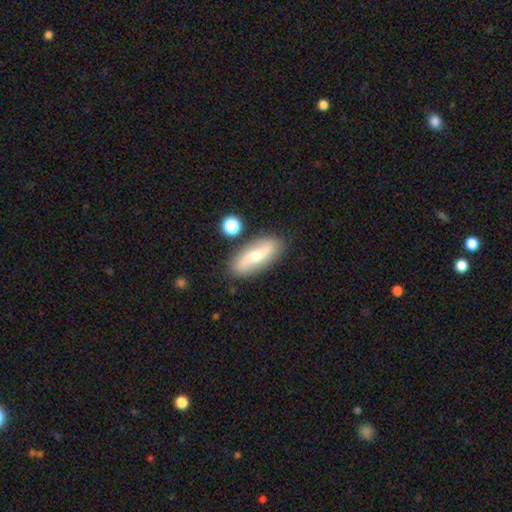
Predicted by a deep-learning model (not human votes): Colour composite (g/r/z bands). It shows a featured or disk galaxy (64%) with no bar (42%), spiral arms (88%) and a moderate central bulge (56%). Merging: none (84%).